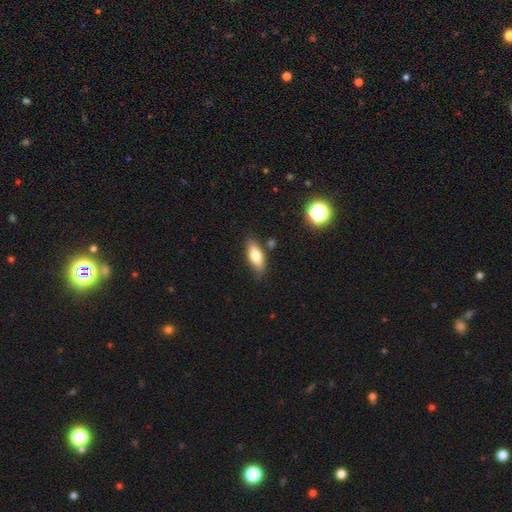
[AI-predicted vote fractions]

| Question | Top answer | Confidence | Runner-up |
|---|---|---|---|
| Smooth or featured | smooth | 71% | featured or disk (22%) |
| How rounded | in between | 70% | cigar-shaped (27%) |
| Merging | none | 79% | minor disturbance (14%) |